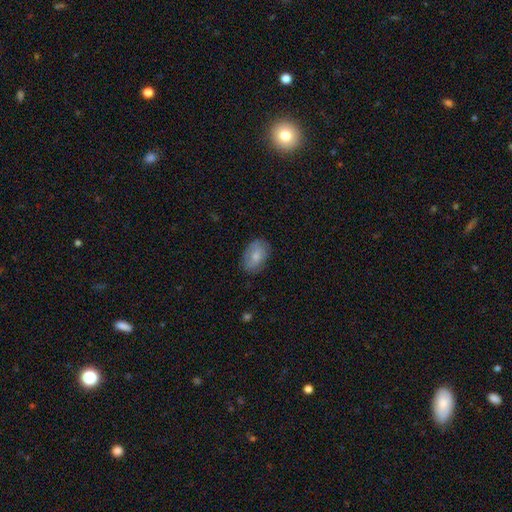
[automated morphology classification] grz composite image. It shows a smooth galaxy with no disk features (74%) that is in between round and cigar-shaped (86%). Merging: none (78%).